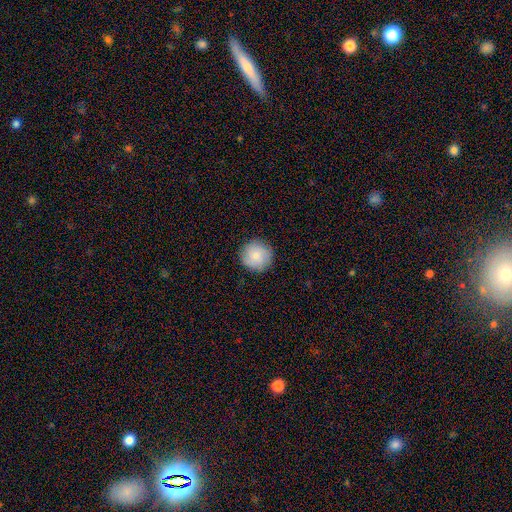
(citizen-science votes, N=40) smooth-or-featured: smooth: 72% | featured or disk: 25% | star or artifact: 2%
  how-rounded: round: 97% | in between: 3% | cigar-shaped: 0%
  merging: none: 87% | minor disturbance: 13% | major disturbance: 0% | merger: 0%